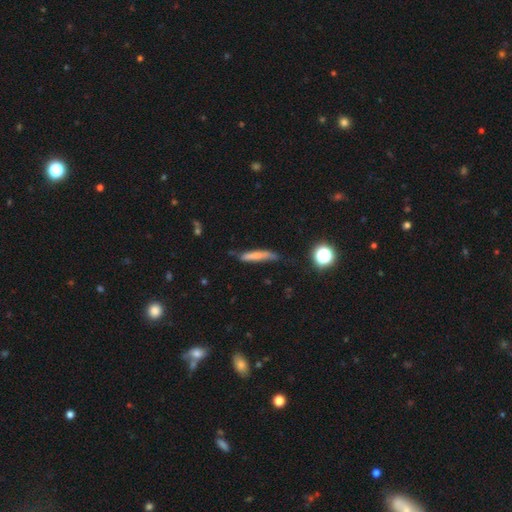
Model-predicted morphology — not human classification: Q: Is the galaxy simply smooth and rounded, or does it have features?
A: smooth — 65%.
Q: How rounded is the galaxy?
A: cigar-shaped — 88%.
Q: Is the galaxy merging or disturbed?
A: none — 62%.